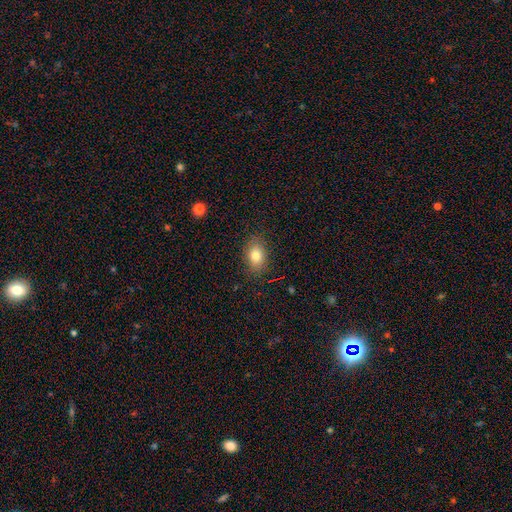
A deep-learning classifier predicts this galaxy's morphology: A smooth galaxy with no disk features (80%) that is in between round and cigar-shaped (73%). Merging: none (85%).